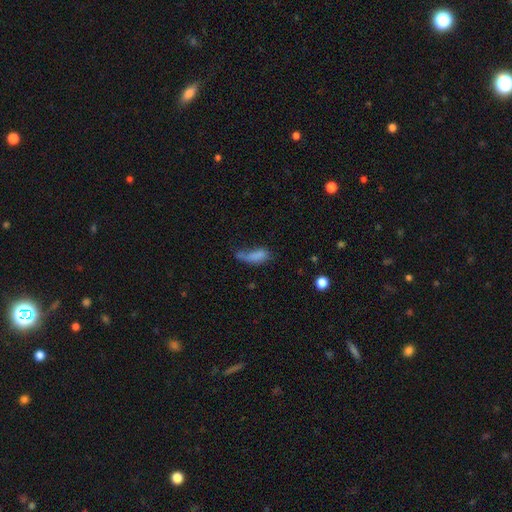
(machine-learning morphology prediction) smooth_or_featured: smooth (p=0.71) [alt: featured or disk p=0.17]
how_rounded: in between (p=0.76) [alt: cigar-shaped p=0.19]
merging: major disturbance (p=0.36) [alt: none p=0.27]